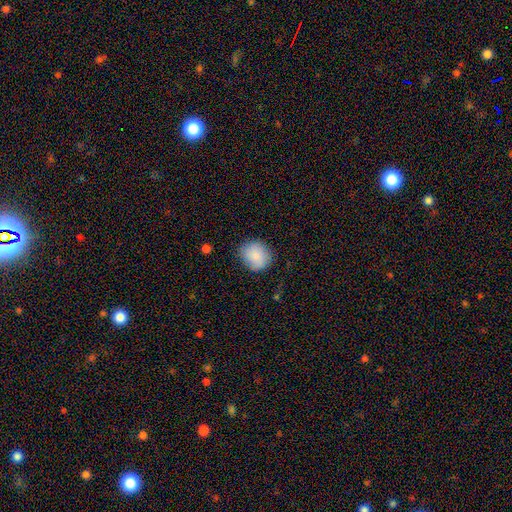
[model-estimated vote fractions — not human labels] The model was most divided on "how rounded": round: 69%, in between: 30%, cigar-shaped: 1%. More confident: smooth or featured — smooth (85%); merging — none (77%).